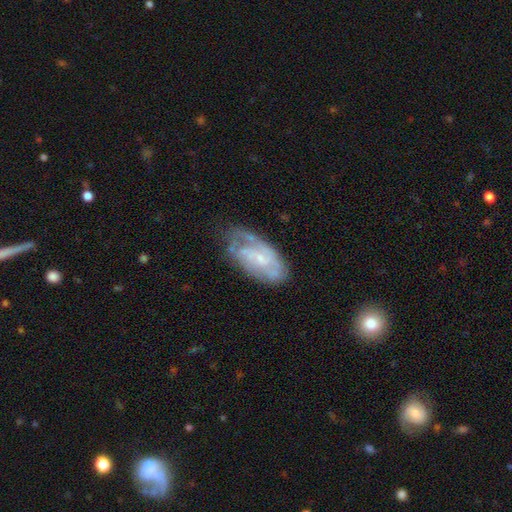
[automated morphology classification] This is likely a featured or disk galaxy (65%). It is clearly not viewed edge-on (92%). Bar: possibly no (55%). Spiral arm pattern: likely yes (78%). Central bulge: likely small (60%). Merging: likely none (62%).